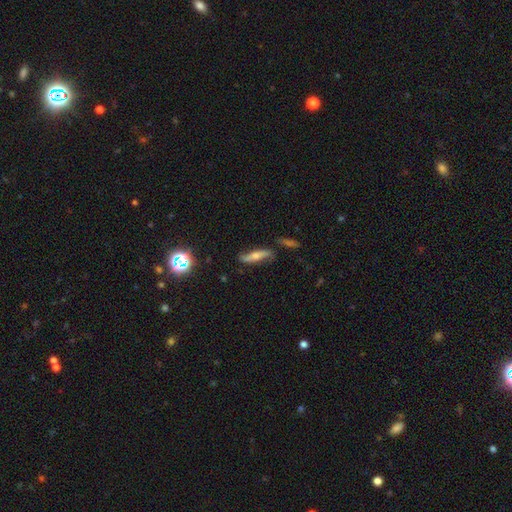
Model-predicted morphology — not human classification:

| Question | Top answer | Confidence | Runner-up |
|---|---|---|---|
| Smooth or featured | featured or disk | 53% | smooth (38%) |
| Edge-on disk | yes | 58% | no (42%) |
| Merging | none | 72% | minor disturbance (19%) |